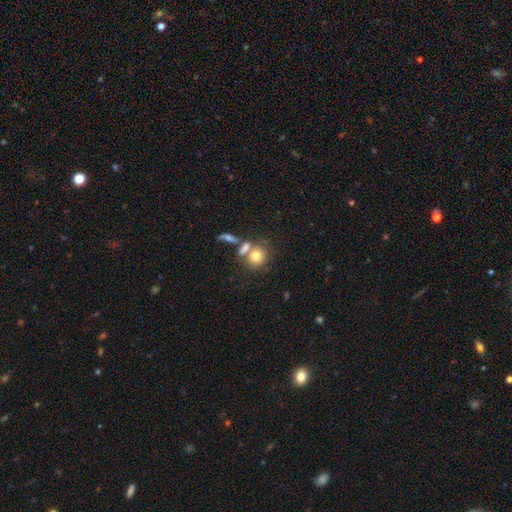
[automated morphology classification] This is likely a smooth galaxy (74%). How rounded: likely round (74%). Merging: possibly none (47%).